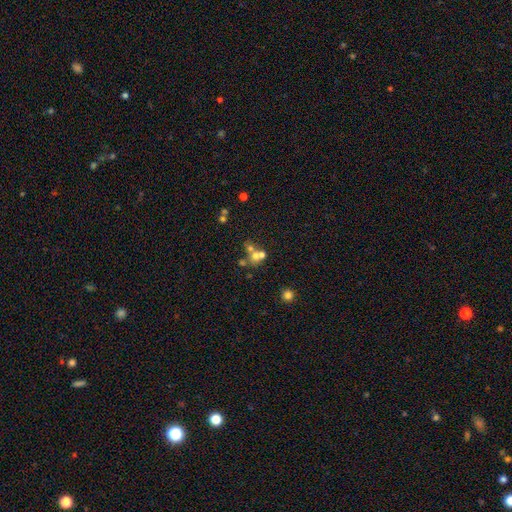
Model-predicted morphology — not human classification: The model was most divided on "merging": merger: 52%, none: 36%, minor disturbance: 7%, major disturbance: 5%. More confident: how rounded — round (77%); smooth or featured — smooth (55%).